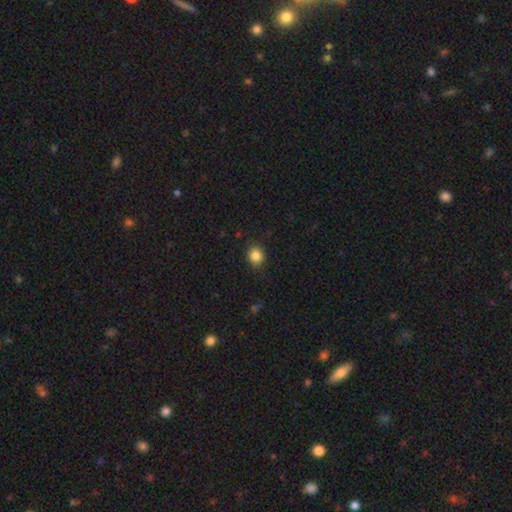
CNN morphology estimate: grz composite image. It shows a smooth galaxy with no disk features (85%) that is round (75%). Merging: none (87%).